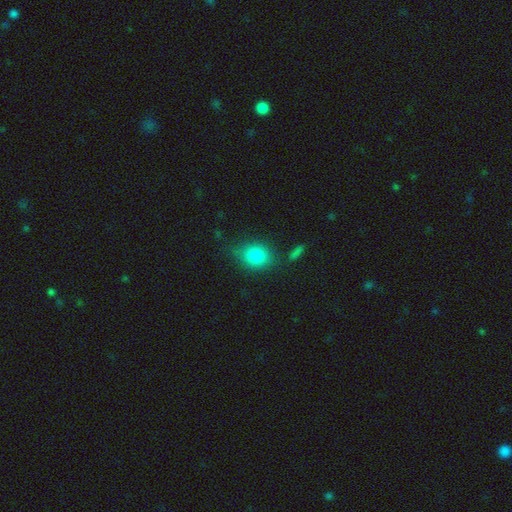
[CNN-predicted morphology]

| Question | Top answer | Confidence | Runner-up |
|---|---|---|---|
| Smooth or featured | smooth | 82% | star or artifact (10%) |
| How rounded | round | 55% | in between (43%) |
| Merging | none | 72% | minor disturbance (18%) |